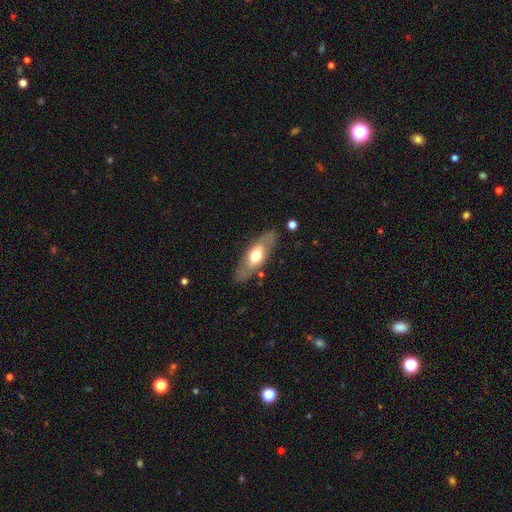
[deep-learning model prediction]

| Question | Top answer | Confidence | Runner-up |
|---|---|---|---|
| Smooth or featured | smooth | 49% | featured or disk (45%) |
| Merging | none | 81% | minor disturbance (13%) |